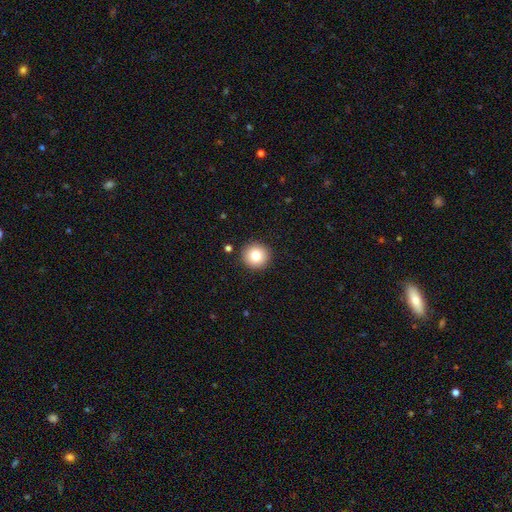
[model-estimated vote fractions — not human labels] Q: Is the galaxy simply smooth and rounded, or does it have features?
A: smooth — 80%.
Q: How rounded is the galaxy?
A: round — 96%.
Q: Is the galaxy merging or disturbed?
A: none — 91%.